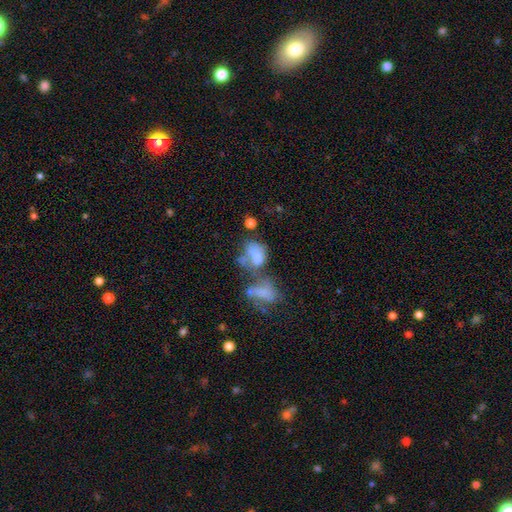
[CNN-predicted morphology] Smooth or featured?
  - smooth: 62% *
  - featured or disk: 27%
  - star or artifact: 12%
How rounded?
  - in between: 80% *
  - round: 18%
  - cigar-shaped: 2%
Merging?
  - merger: 59% *
  - major disturbance: 18%
  - none: 13%
  - minor disturbance: 10%